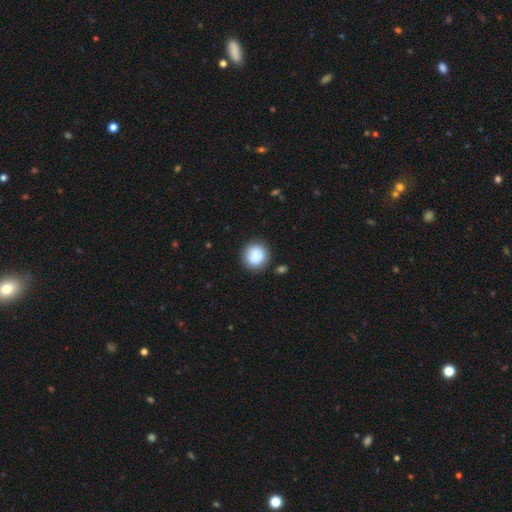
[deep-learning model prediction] smooth 87%, star or artifact 7%, featured or disk 5%. Down the decision tree: how rounded — round (90%); merging — none (86%).